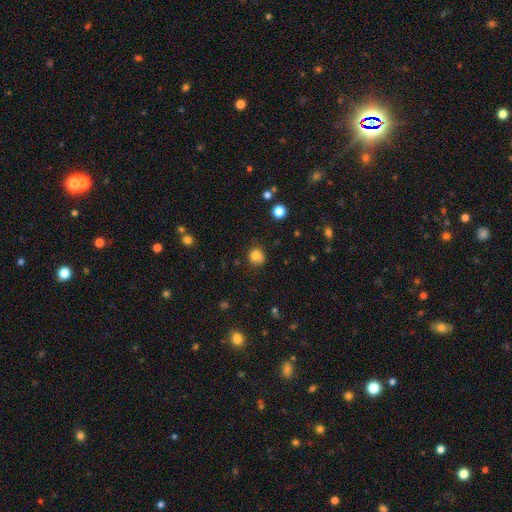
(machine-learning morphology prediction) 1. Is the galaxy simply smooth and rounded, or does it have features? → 82% smooth, 12% star or artifact, 6% featured or disk.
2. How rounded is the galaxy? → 83% round, 16% in between, 1% cigar-shaped.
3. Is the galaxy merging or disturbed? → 73% none, 20% minor disturbance, 5% major disturbance, 3% merger.